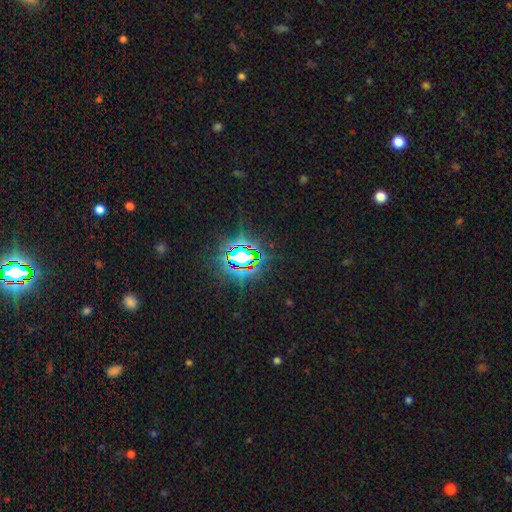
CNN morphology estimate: This appears to be a star or artifact, not a galaxy (82%).